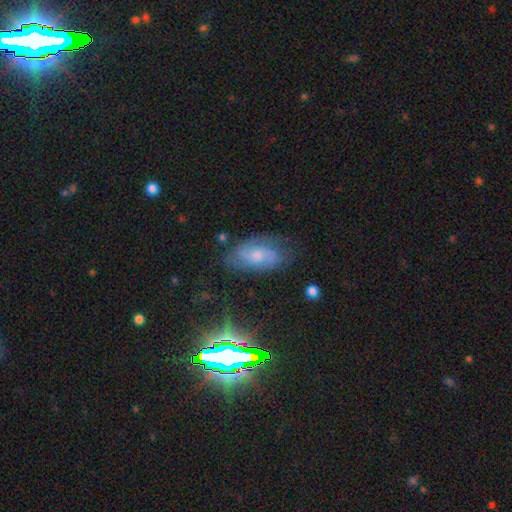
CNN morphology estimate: This appears to be a featured or disk galaxy (61%) with no bar (60%), 2 (58%) medium (43%) spiral arms (90%) and a moderate central bulge (45%). Merging: none (69%).